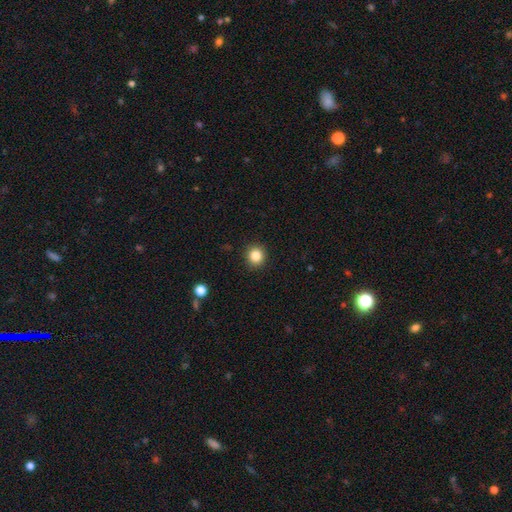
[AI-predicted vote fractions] smooth_or_featured: smooth (p=0.84) [alt: star or artifact p=0.11]
how_rounded: round (p=0.92) [alt: in between p=0.07]
merging: none (p=0.92) [alt: minor disturbance p=0.05]